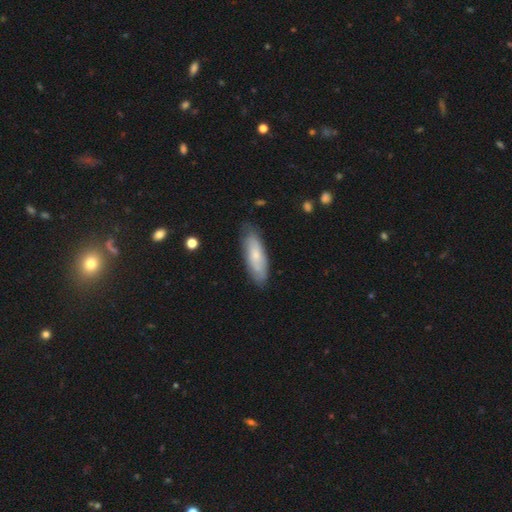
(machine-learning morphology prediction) The model was most divided on "how rounded": in between: 59%, cigar-shaped: 39%, round: 2%. More confident: merging — none (78%); smooth or featured — smooth (62%).